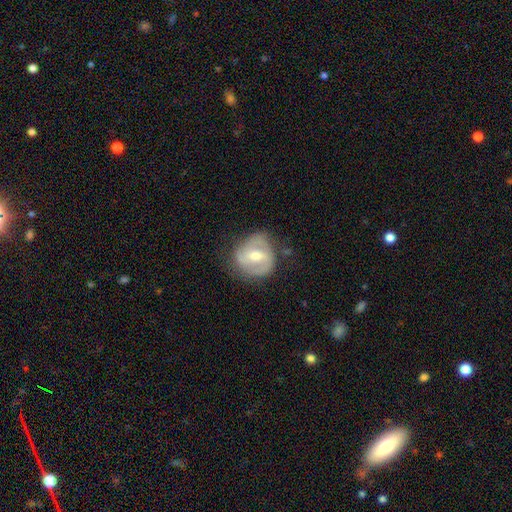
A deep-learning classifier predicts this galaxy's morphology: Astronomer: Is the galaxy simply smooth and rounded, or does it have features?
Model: featured or disk — 64%.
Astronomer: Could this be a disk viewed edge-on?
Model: no — 97%.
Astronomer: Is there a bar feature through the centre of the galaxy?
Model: weak — 49% (runner-up: no, 29%).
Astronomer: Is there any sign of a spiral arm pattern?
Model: yes — 76%.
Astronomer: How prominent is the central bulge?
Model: moderate — 68%.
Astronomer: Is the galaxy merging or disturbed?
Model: none — 63%.